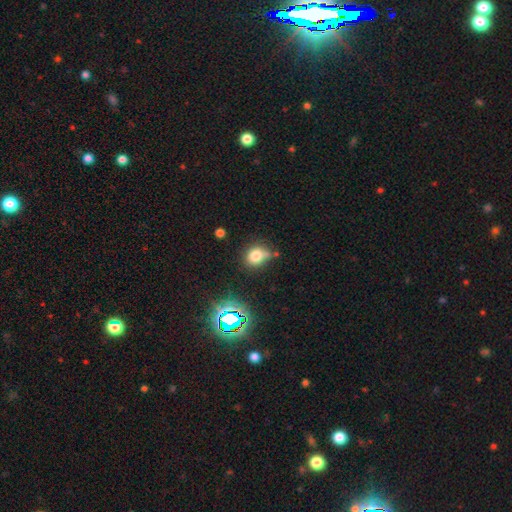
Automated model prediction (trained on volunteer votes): A smooth galaxy with no disk features (75%) that is round (70%).

Vote fractions:
- Smooth or featured? smooth: 75% / star or artifact: 16% / featured or disk: 9%
- How rounded? round: 70% / in between: 29% / cigar-shaped: 1%
- Merging? none: 56% / minor disturbance: 26% / merger: 10% / major disturbance: 7%